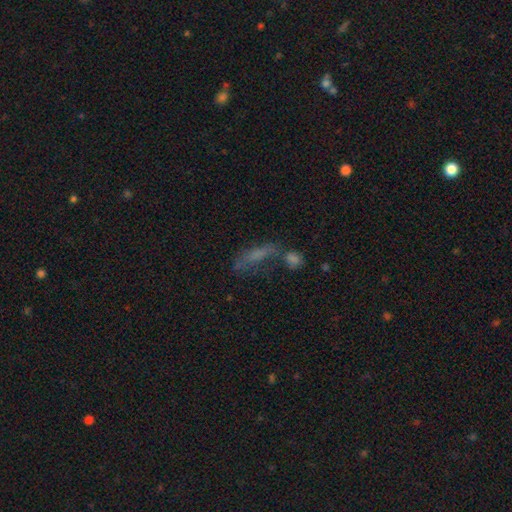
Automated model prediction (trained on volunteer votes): Smooth or featured? smooth (51%)
How rounded? cigar-shaped (55%)
Merging? none (34%)